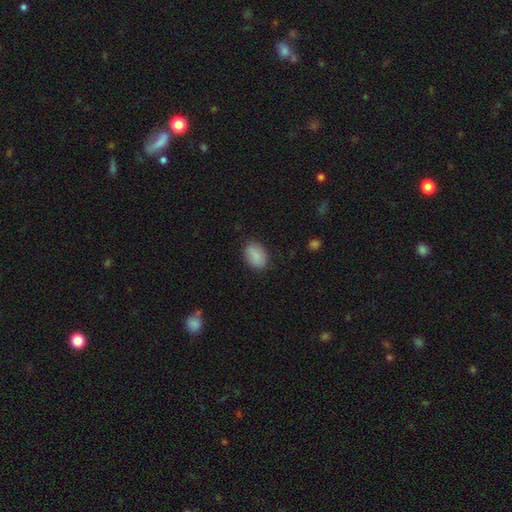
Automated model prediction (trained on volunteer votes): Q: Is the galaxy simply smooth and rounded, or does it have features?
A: smooth — 88%.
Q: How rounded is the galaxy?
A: in between — 85%.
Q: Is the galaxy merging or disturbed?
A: none — 84%.